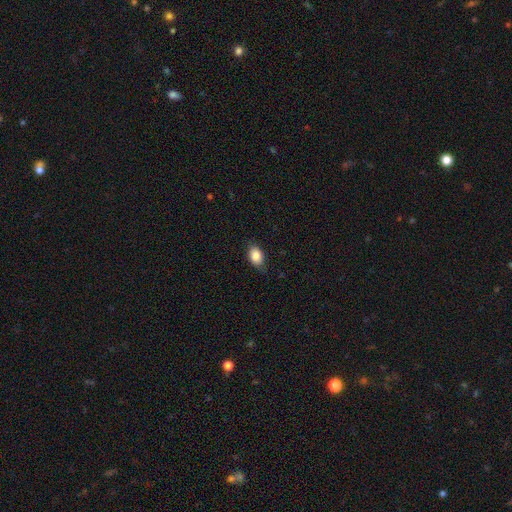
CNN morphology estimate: This appears to be a smooth galaxy with no disk features (86%) that is in between round and cigar-shaped (83%). Merging: none (76%).